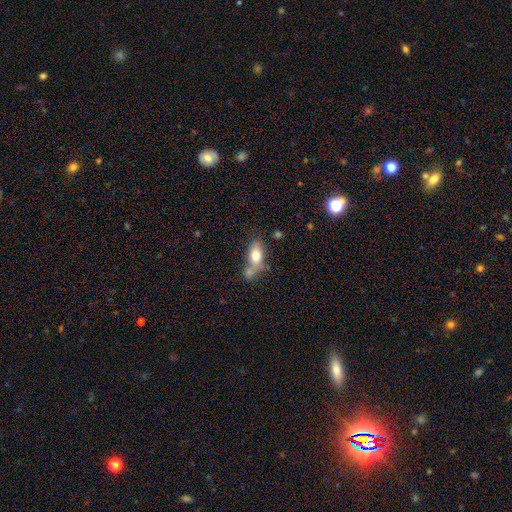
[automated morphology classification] This is likely a smooth galaxy (74%). How rounded: clearly in between (82%). Merging: marginally merger (42%).